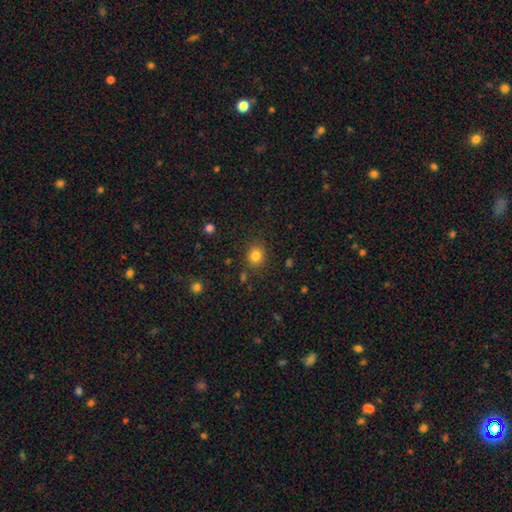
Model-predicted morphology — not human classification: The model was most divided on "how rounded": round: 78%, in between: 21%, cigar-shaped: 1%. More confident: merging — none (84%); smooth or featured — smooth (82%).